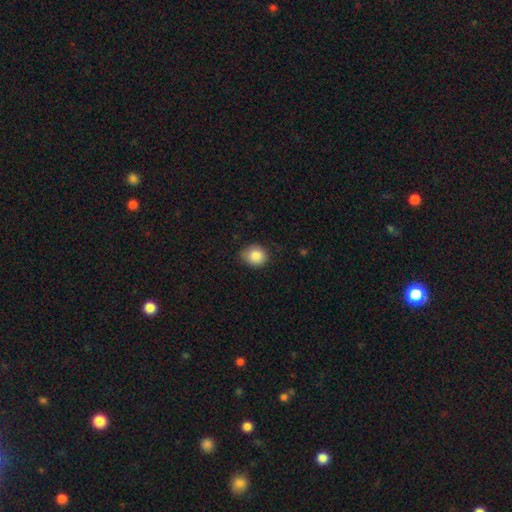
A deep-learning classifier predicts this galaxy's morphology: Smooth or featured? Predicted: smooth (p=0.86). How rounded? Predicted: round (p=0.70). Merging? Predicted: none (p=0.76).